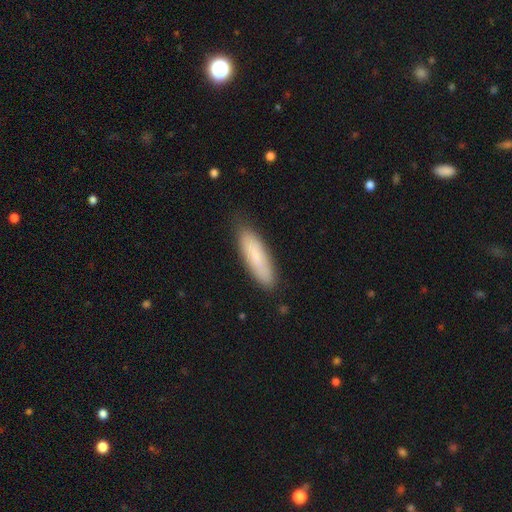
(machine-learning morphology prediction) Q: Smooth or featured?
A: smooth (81%); runner-up: featured or disk (13%)
Q: How rounded?
A: cigar-shaped (62%); runner-up: in between (37%)
Q: Merging?
A: none (83%); runner-up: minor disturbance (14%)